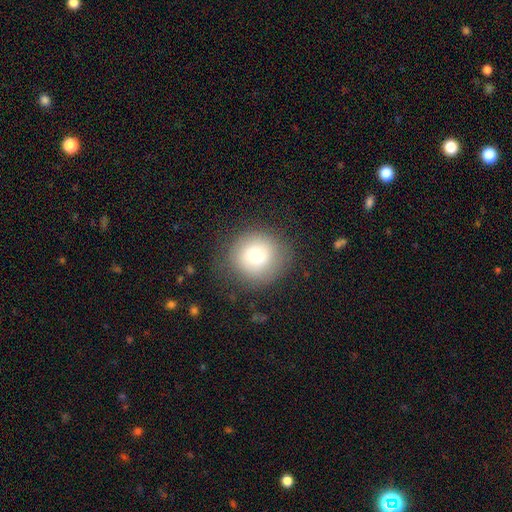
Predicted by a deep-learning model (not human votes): The model was most divided on "smooth or featured": smooth: 71%, featured or disk: 18%, star or artifact: 11%. More confident: how rounded — round (89%); merging — none (79%).